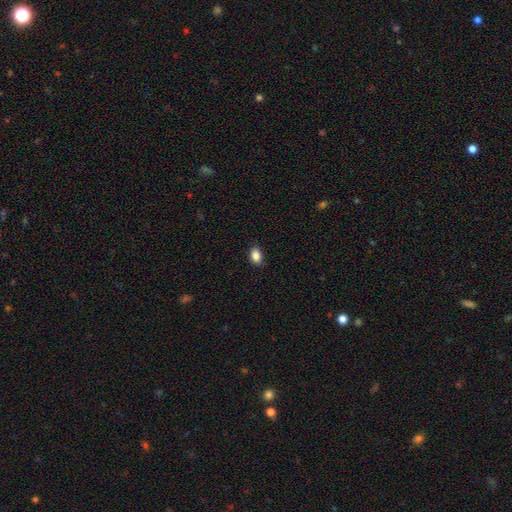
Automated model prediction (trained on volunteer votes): smooth-or-featured: smooth: 88% | star or artifact: 8% | featured or disk: 4%
  how-rounded: in between: 84% | round: 15% | cigar-shaped: 1%
  merging: none: 89% | minor disturbance: 8% | major disturbance: 2% | merger: 1%